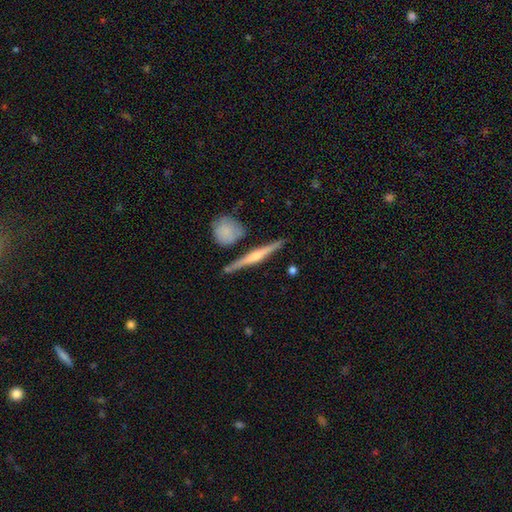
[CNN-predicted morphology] This is likely a featured or disk galaxy (71%). It is clearly viewed edge-on (97%). Edge-on bulge: likely rounded (73%). Merging: clearly none (84%).